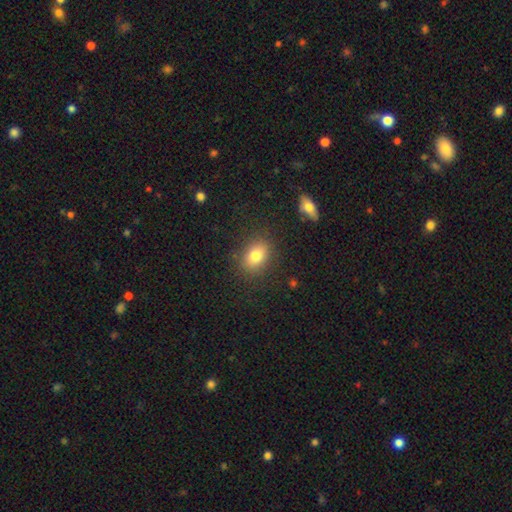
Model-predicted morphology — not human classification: type=smooth (80%); roundness=in between (70%); merging=none (85%).